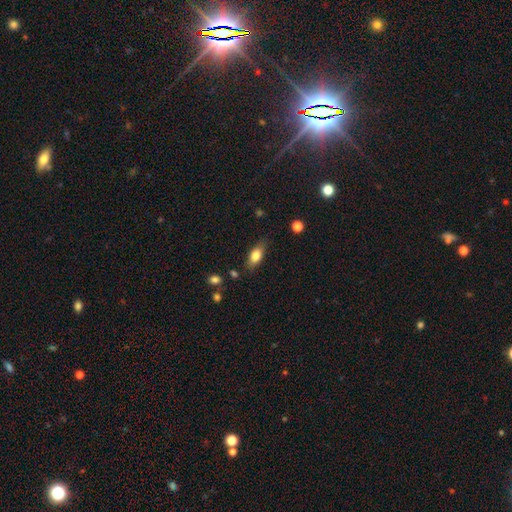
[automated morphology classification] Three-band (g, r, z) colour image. It shows a smooth galaxy with no disk features (76%) that is in between round and cigar-shaped (81%). Merging: none (79%).